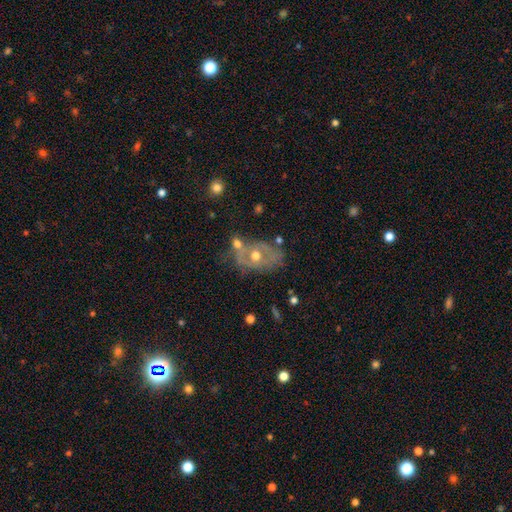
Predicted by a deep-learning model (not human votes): Smooth or featured?
  - featured or disk: 60% *
  - smooth: 30%
  - star or artifact: 10%
Edge-on disk?
  - no: 93% *
  - yes: 7%
Bar?
  - no: 79% *
  - weak: 16%
  - strong: 5%
Spiral arms?
  - no: 65% *
  - yes: 35%
Bulge size?
  - moderate: 77% *
  - small: 15%
  - large: 6%
  - none: 1%
  - dominant: 1%
Merging?
  - none: 47% *
  - minor disturbance: 22%
  - merger: 18%
  - major disturbance: 13%